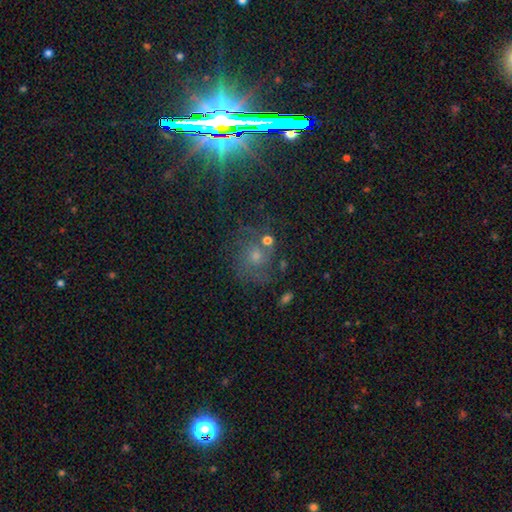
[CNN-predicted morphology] Overall: star or artifact (59%; smooth 20%).